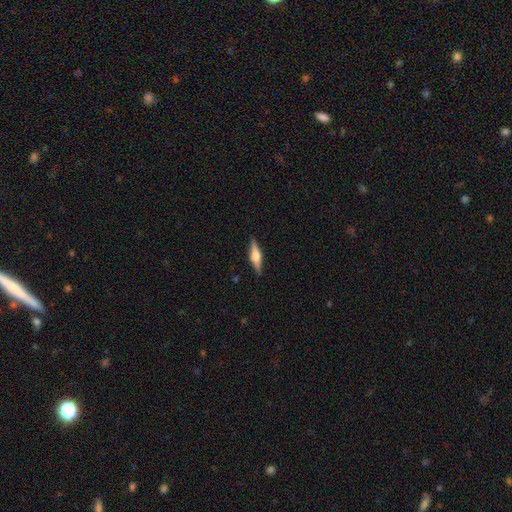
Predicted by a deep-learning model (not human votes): Smooth or featured: featured or disk — 63% (smooth — 31%)
Edge-on disk: yes — 97% (no — 3%)
Edge-on bulge: rounded — 84% (boxy — 13%)
Merging: none — 89% (minor disturbance — 8%)